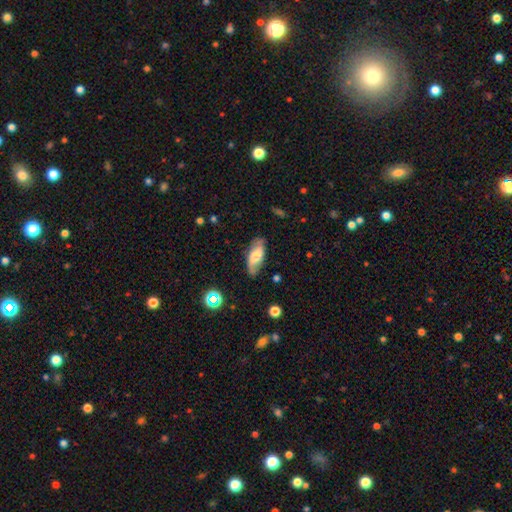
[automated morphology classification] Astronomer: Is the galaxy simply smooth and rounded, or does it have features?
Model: smooth — 48% (runner-up: featured or disk, 44%).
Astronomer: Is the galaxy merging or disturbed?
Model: none — 75%.